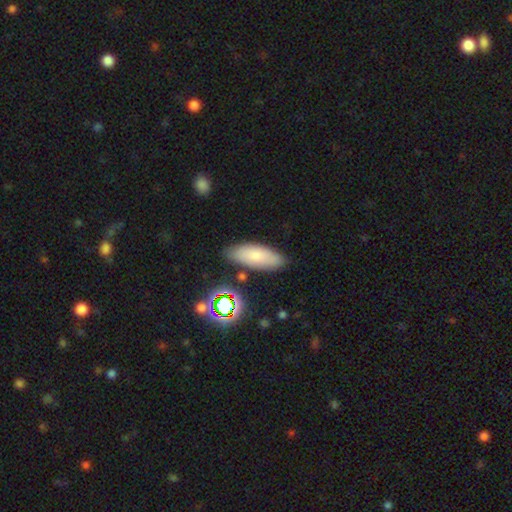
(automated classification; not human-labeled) Overall: smooth (76%). How rounded: in between (75%). Merging: none (81%).